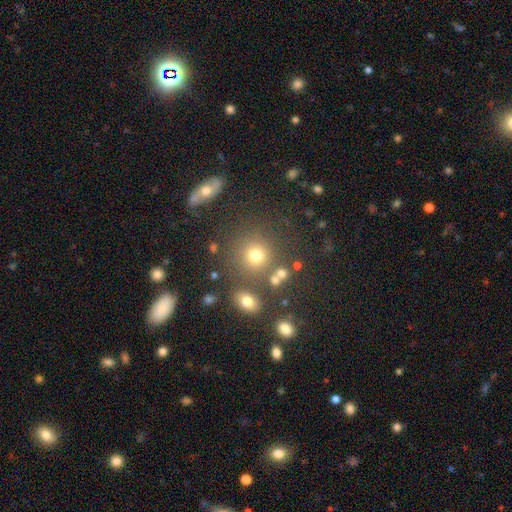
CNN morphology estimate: smooth 73%, star or artifact 18%, featured or disk 10%. Down the decision tree: how rounded — round (88%); merging — none (75%).